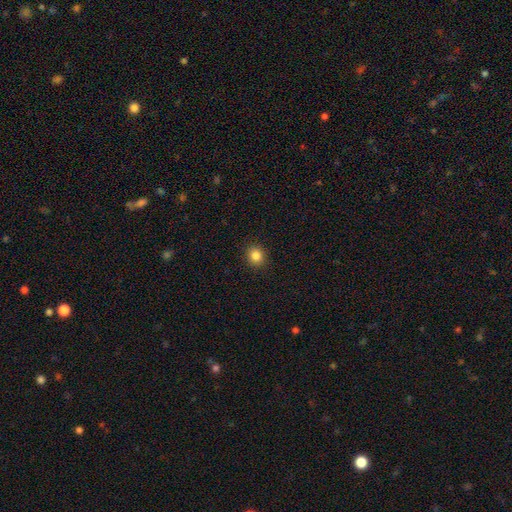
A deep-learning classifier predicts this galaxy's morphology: smooth-or-featured: smooth: 85% | star or artifact: 11% | featured or disk: 4%
  how-rounded: round: 80% | in between: 19% | cigar-shaped: 1%
  merging: none: 92% | minor disturbance: 6% | major disturbance: 2% | merger: 1%